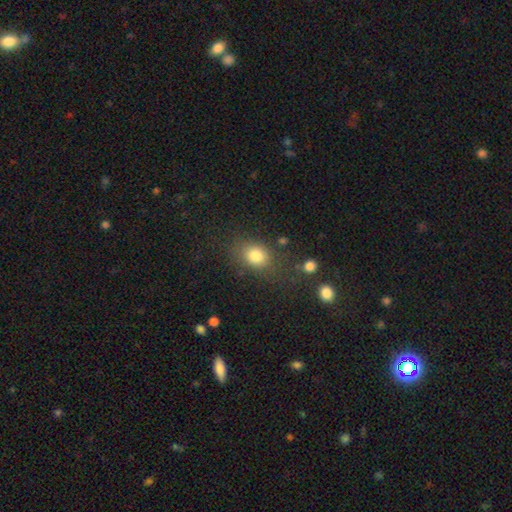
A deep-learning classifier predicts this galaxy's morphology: Smooth or featured?
  - smooth: 82% *
  - star or artifact: 11%
  - featured or disk: 7%
How rounded?
  - in between: 51% *
  - round: 47%
  - cigar-shaped: 1%
Merging?
  - none: 69% *
  - minor disturbance: 16%
  - major disturbance: 9%
  - merger: 6%